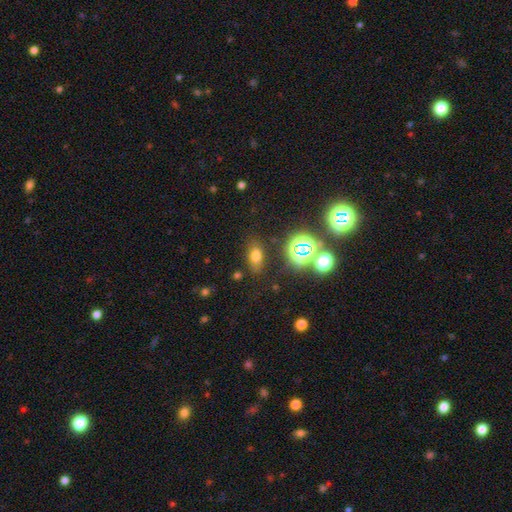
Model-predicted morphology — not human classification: Smooth or featured: smooth — 64% (star or artifact — 25%)
How rounded: in between — 77% (round — 17%)
Merging: none — 76% (minor disturbance — 14%)